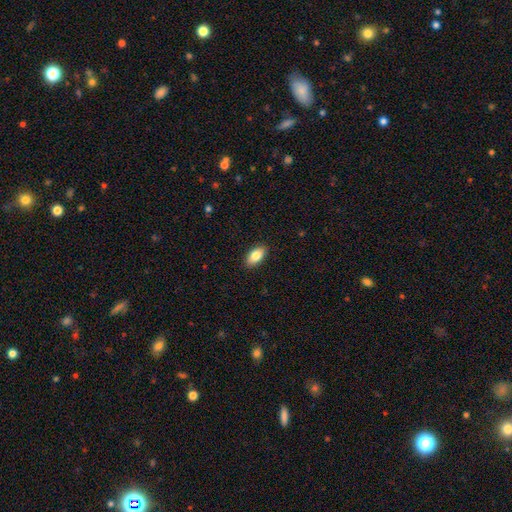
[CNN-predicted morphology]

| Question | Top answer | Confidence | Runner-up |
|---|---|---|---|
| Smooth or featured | smooth | 84% | featured or disk (9%) |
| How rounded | in between | 93% | round (4%) |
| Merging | none | 89% | minor disturbance (8%) |